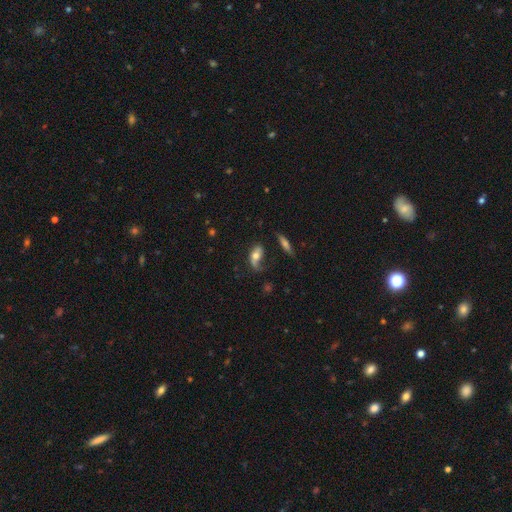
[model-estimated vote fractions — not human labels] A smooth galaxy with no disk features (49%). Merging: none (36%).